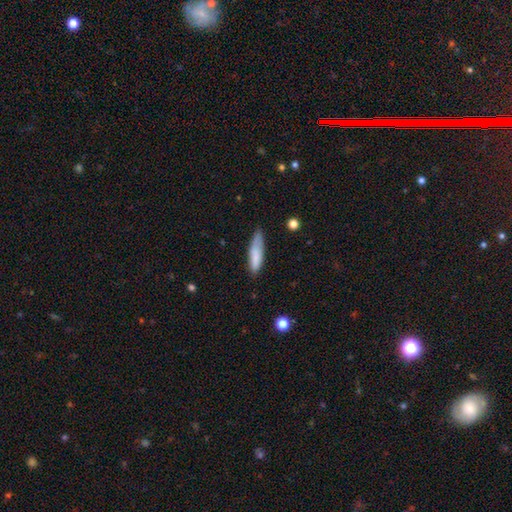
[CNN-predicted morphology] This appears to be a smooth galaxy with no disk features (81%) that is cigar-shaped (67%). Merging: none (65%).